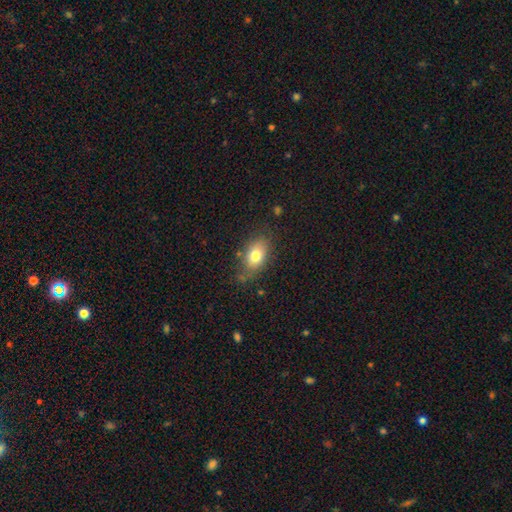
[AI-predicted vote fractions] Smooth or featured? smooth (75%)
How rounded? in between (84%)
Merging? none (71%)